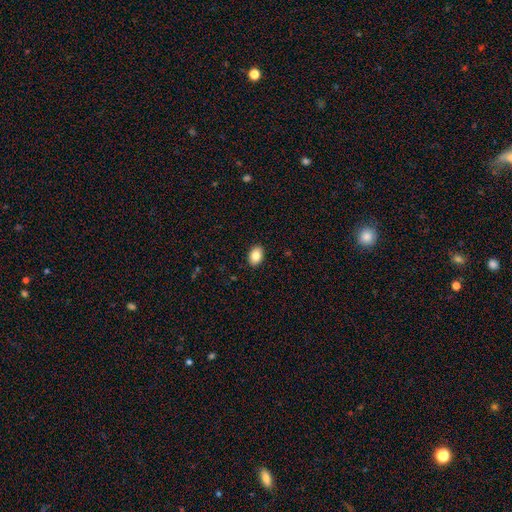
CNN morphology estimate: This is clearly a smooth galaxy (85%). How rounded: clearly in between (82%). Merging: clearly none (91%).